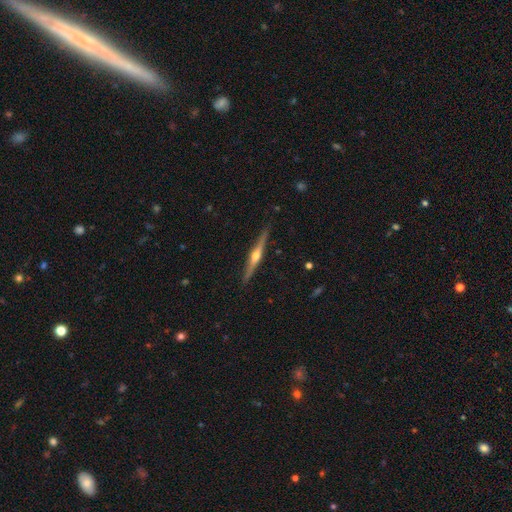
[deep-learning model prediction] This appears to be a featured or disk galaxy (79%) viewed edge-on (98%) with a rounded central bulge (93%). Merging: none (90%).